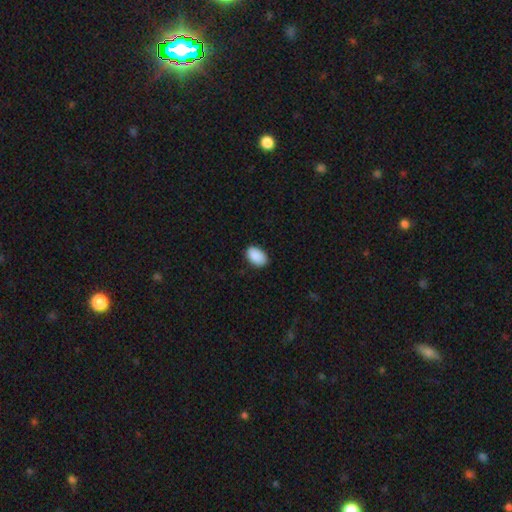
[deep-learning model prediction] Q: Smooth or featured?
A: smooth (90%); runner-up: star or artifact (7%)
Q: How rounded?
A: in between (90%); runner-up: round (9%)
Q: Merging?
A: none (85%); runner-up: minor disturbance (12%)